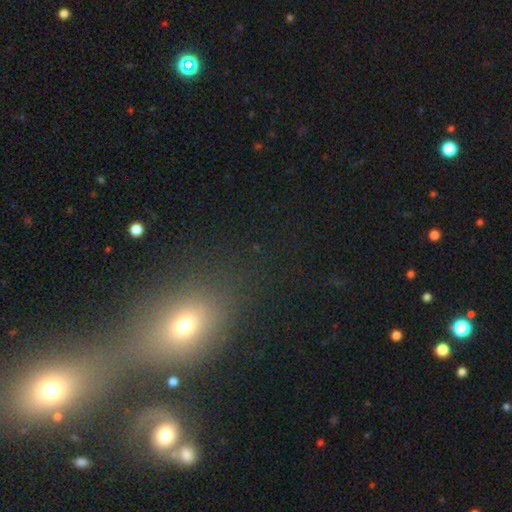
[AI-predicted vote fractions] smooth_or_featured: smooth (p=0.45) [alt: star or artifact p=0.37]
merging: none (p=0.59) [alt: merger p=0.20]